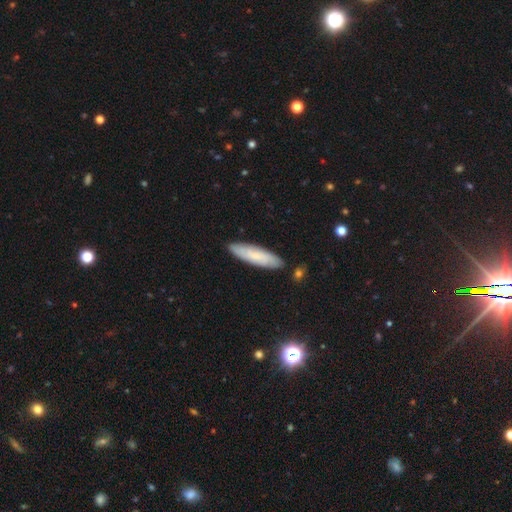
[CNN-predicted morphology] The model was most divided on "how rounded": cigar-shaped: 69%, in between: 29%, round: 2%. More confident: merging — none (86%); smooth or featured — smooth (68%).